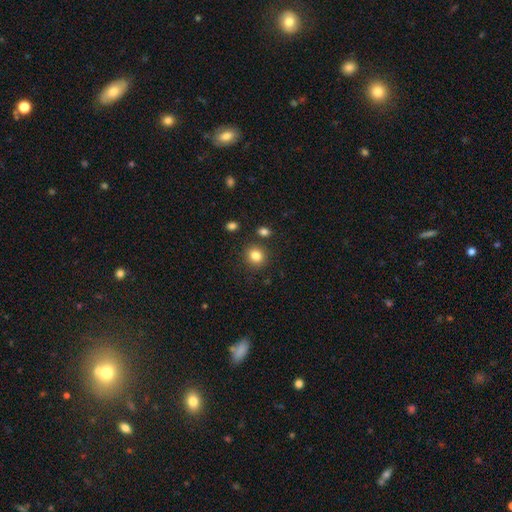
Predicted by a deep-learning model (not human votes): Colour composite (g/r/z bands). It shows a smooth galaxy with no disk features (84%) that is round (79%). Merging: none (84%).